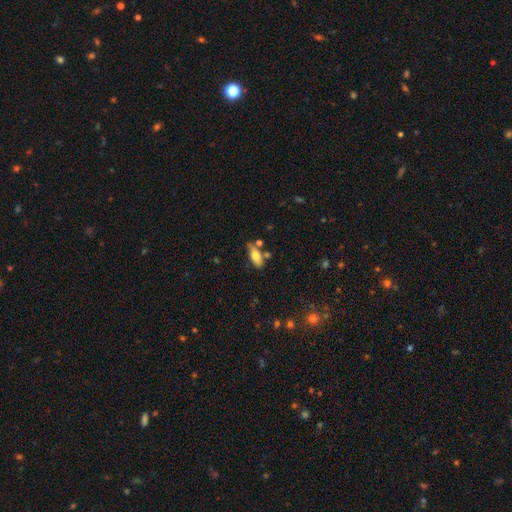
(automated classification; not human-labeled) A smooth galaxy with no disk features (70%) that is in between round and cigar-shaped (78%).

Vote fractions:
- Smooth or featured? smooth: 70% / featured or disk: 23% / star or artifact: 7%
- How rounded? in between: 78% / cigar-shaped: 19% / round: 3%
- Merging? none: 62% / minor disturbance: 21% / merger: 13% / major disturbance: 5%